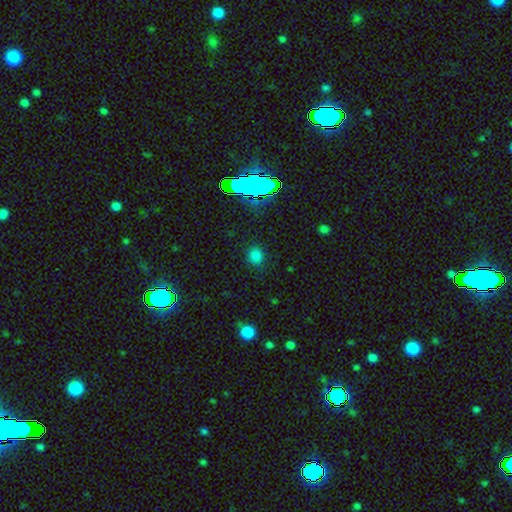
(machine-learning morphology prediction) smooth 76%, star or artifact 19%, featured or disk 5%. Down the decision tree: how rounded — round (74%); merging — none (86%).